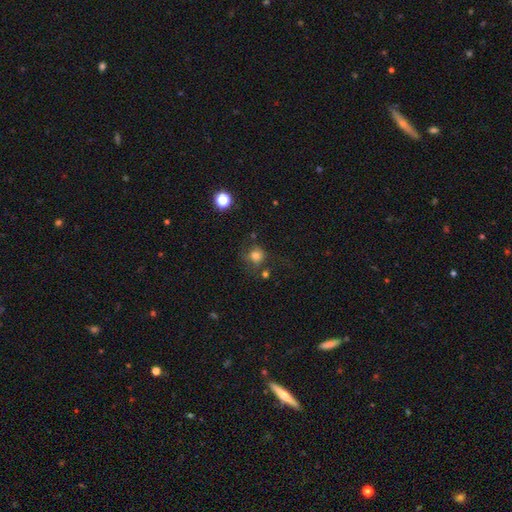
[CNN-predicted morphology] A smooth galaxy with no disk features (74%) that is round (80%).

Vote fractions:
- Smooth or featured? smooth: 74% / star or artifact: 15% / featured or disk: 11%
- How rounded? round: 80% / in between: 19% / cigar-shaped: 1%
- Merging? none: 55% / minor disturbance: 21% / major disturbance: 15% / merger: 9%